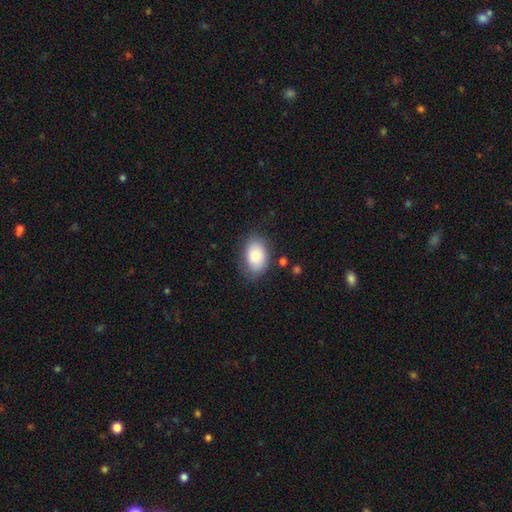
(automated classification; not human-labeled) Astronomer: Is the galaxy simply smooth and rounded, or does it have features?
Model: smooth — 83%.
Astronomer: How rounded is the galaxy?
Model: in between — 88%.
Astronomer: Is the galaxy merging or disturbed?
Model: none — 74%.